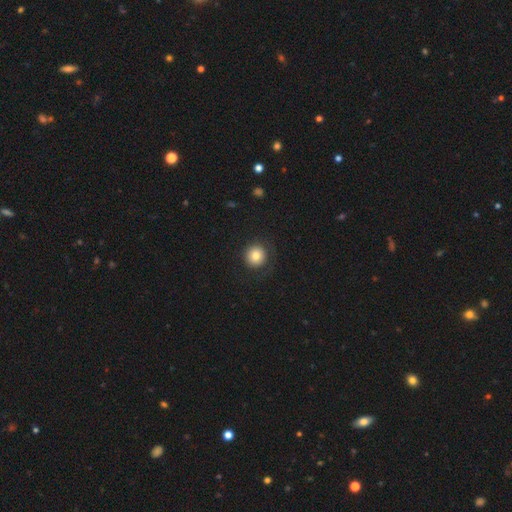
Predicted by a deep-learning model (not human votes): This is likely a smooth galaxy (79%). How rounded: clearly round (95%). Merging: clearly none (86%).